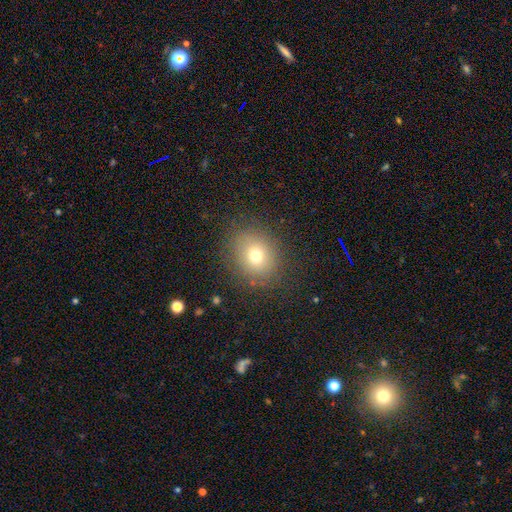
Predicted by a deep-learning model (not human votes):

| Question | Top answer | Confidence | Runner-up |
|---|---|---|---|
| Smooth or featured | smooth | 71% | star or artifact (16%) |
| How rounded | round | 71% | in between (28%) |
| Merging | none | 83% | minor disturbance (10%) |